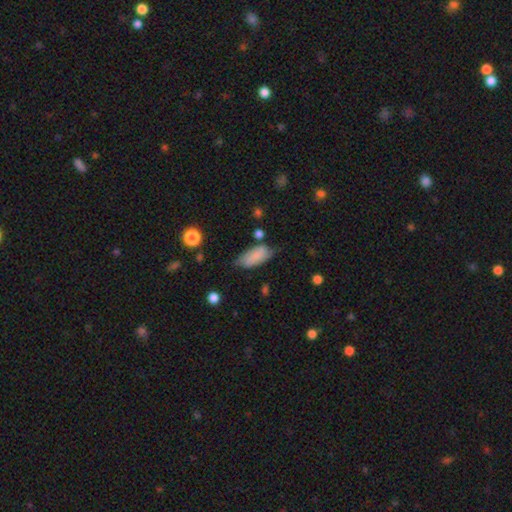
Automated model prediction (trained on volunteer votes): This appears to be a smooth galaxy with no disk features (82%) that is in between round and cigar-shaped (87%). Merging: none (60%).